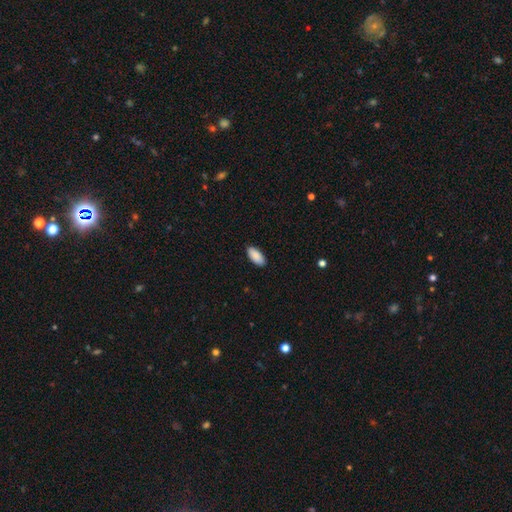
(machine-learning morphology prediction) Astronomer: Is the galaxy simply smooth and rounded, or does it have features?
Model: smooth — 90%.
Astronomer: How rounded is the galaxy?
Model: in between — 92%.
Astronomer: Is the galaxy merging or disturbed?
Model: none — 89%.